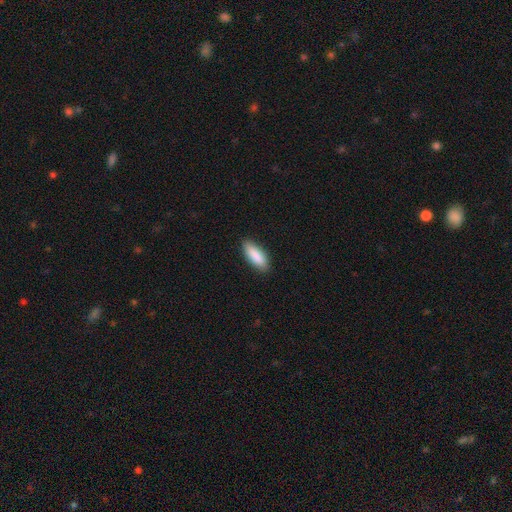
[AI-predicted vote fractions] This is clearly a smooth galaxy (88%). How rounded: likely in between (69%). Merging: clearly none (87%).